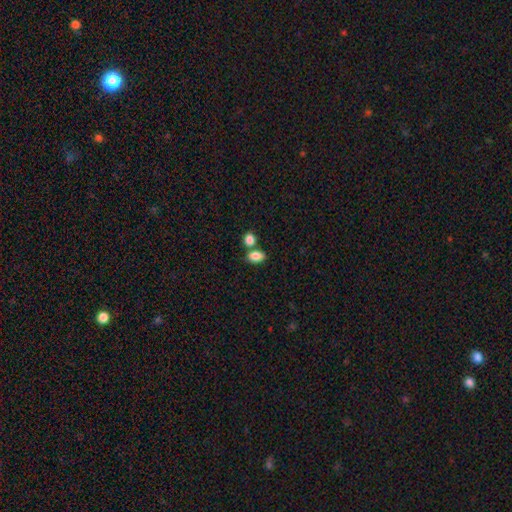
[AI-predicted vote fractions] A smooth galaxy with no disk features (85%) that is in between round and cigar-shaped (82%).

Vote fractions:
- Smooth or featured? smooth: 85% / star or artifact: 9% / featured or disk: 6%
- How rounded? in between: 82% / round: 16% / cigar-shaped: 1%
- Merging? none: 55% / merger: 31% / minor disturbance: 10% / major disturbance: 3%